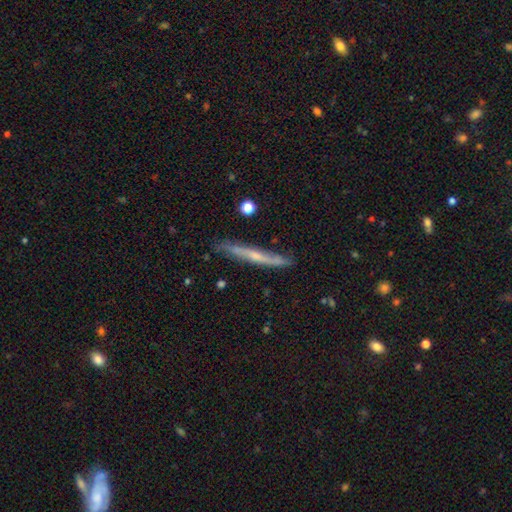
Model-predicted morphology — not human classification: Smooth or featured? Predicted: featured or disk (p=0.57). Edge-on disk? Predicted: yes (p=0.90). Edge-on bulge? Predicted: rounded (p=0.51). Merging? Predicted: none (p=0.80).